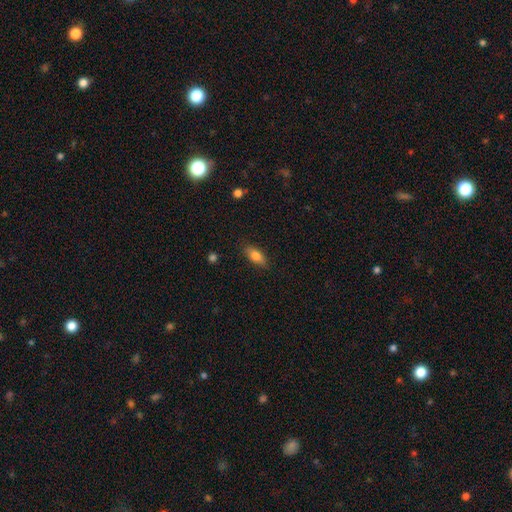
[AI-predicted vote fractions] The model was most divided on "how rounded": in between: 81%, cigar-shaped: 16%, round: 3%. More confident: merging — none (86%); smooth or featured — smooth (80%).